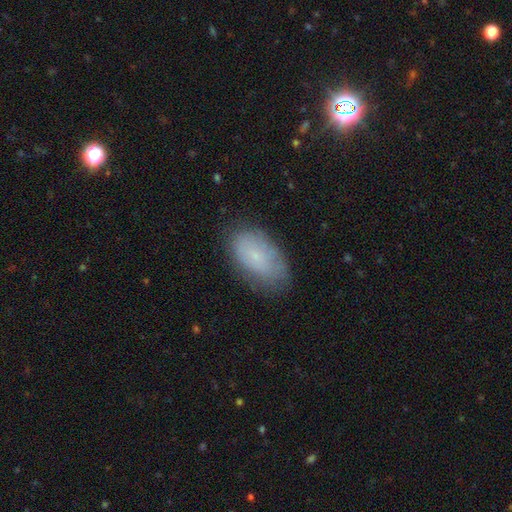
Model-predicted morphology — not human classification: A smooth galaxy with no disk features (69%) that is in between round and cigar-shaped (93%). Merging: none (72%).